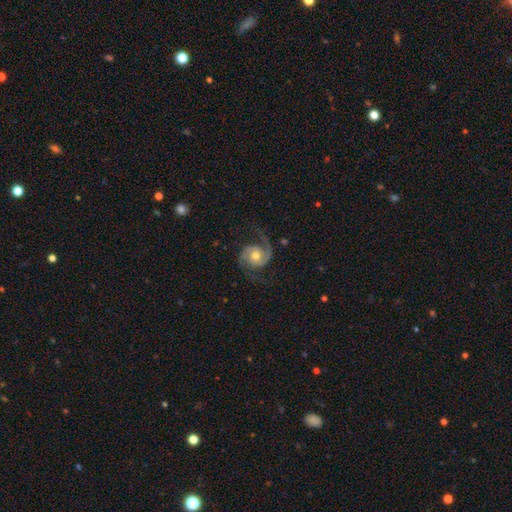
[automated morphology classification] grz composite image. It shows a featured or disk galaxy (89%) with no bar (72%), 2 (91%) medium (51%) spiral arms (98%) and a moderate central bulge (73%). Merging: none (73%).